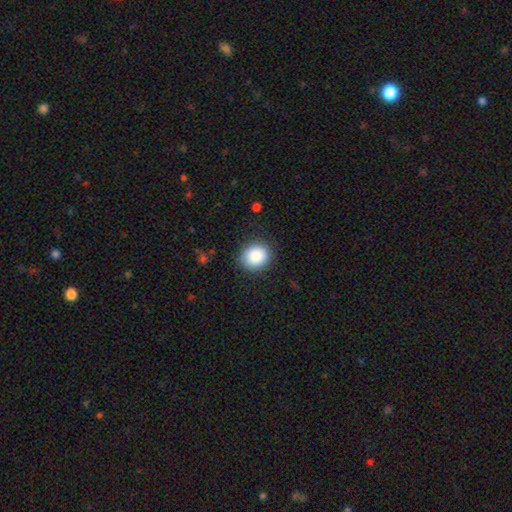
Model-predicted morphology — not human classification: Smooth or featured: smooth — 86% (star or artifact — 8%)
How rounded: round — 74% (in between — 25%)
Merging: none — 87% (minor disturbance — 9%)